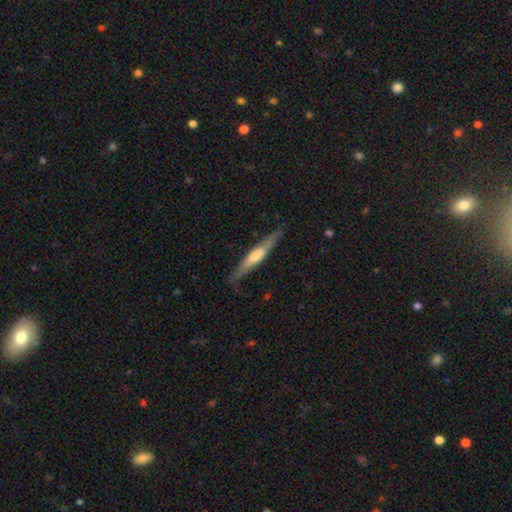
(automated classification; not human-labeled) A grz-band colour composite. It shows a featured or disk galaxy (57%) viewed edge-on (91%) with a rounded central bulge (50%). Merging: none (80%).